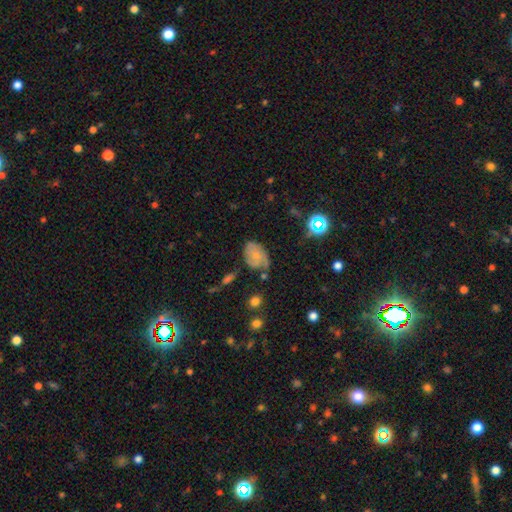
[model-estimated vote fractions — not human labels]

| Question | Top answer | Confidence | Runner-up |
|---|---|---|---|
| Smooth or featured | smooth | 58% | featured or disk (31%) |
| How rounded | in between | 81% | round (18%) |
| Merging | none | 46% | minor disturbance (35%) |